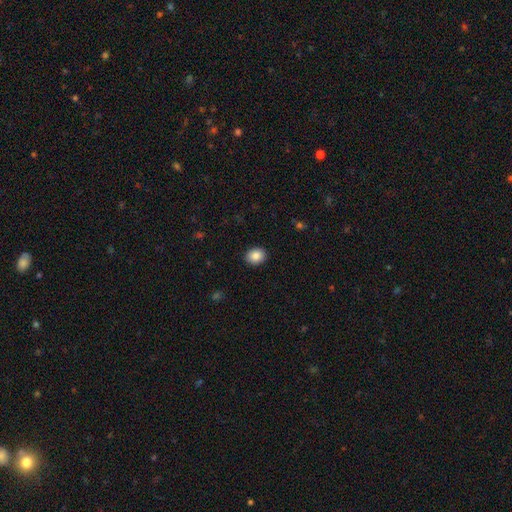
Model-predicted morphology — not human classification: smooth_or_featured: smooth (p=0.87) [alt: star or artifact p=0.08]
how_rounded: round (p=0.51) [alt: in between p=0.48]
merging: none (p=0.91) [alt: minor disturbance p=0.07]